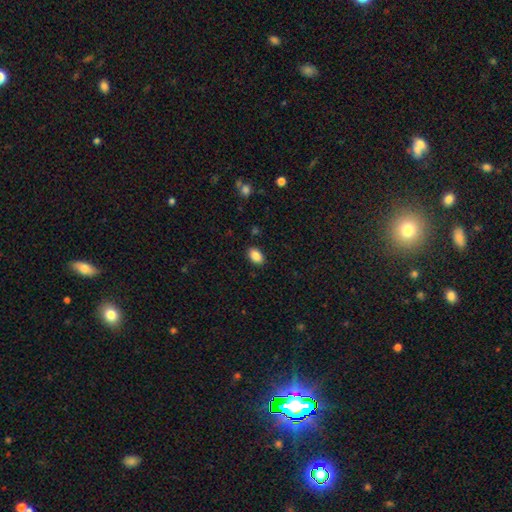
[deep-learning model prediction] Q: Smooth or featured?
A: smooth (88%); runner-up: star or artifact (8%)
Q: How rounded?
A: in between (90%); runner-up: round (9%)
Q: Merging?
A: none (88%); runner-up: minor disturbance (9%)